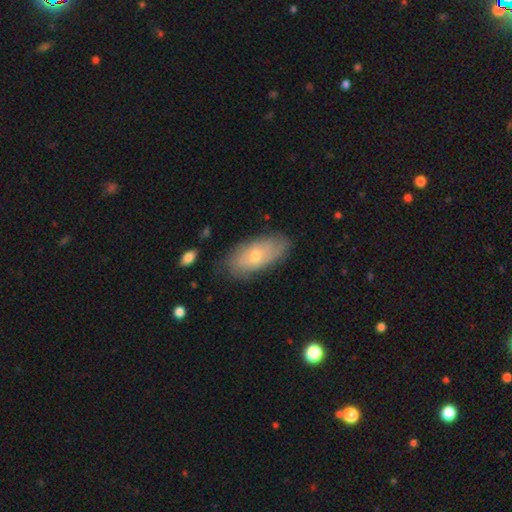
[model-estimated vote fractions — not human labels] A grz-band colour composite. It shows a smooth galaxy with no disk features (49%). Merging: none (76%).